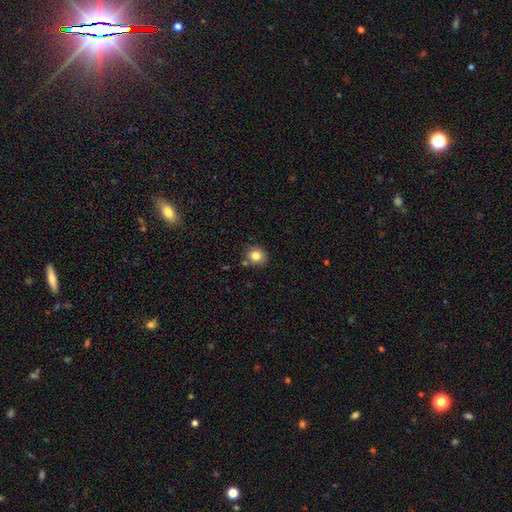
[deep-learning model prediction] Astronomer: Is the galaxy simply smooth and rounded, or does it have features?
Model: smooth — 82%.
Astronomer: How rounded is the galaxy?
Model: round — 81%.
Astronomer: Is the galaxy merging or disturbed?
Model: none — 78%.